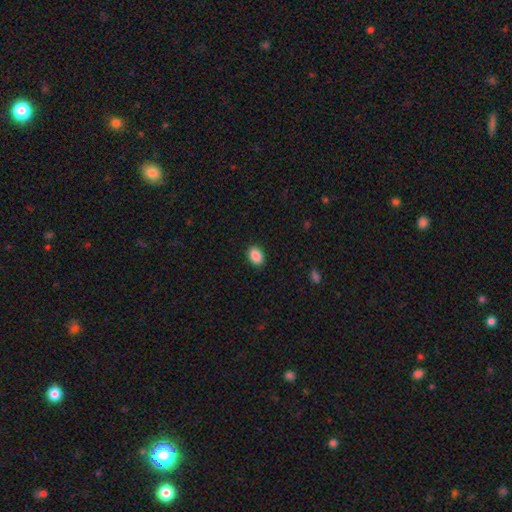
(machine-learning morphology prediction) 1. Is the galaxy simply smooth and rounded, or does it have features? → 90% smooth, 8% star or artifact, 3% featured or disk.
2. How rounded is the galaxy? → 82% in between, 17% round, 1% cigar-shaped.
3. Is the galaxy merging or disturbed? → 90% none, 7% minor disturbance, 2% major disturbance, 1% merger.